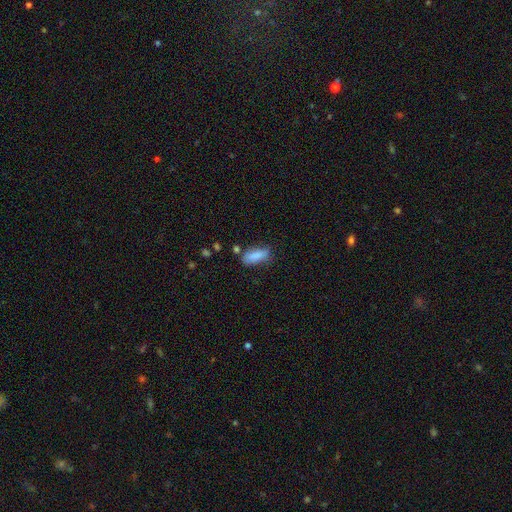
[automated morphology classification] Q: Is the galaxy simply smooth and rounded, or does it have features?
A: smooth — 85%.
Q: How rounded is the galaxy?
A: in between — 69%.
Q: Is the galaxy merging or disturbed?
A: none — 69%.